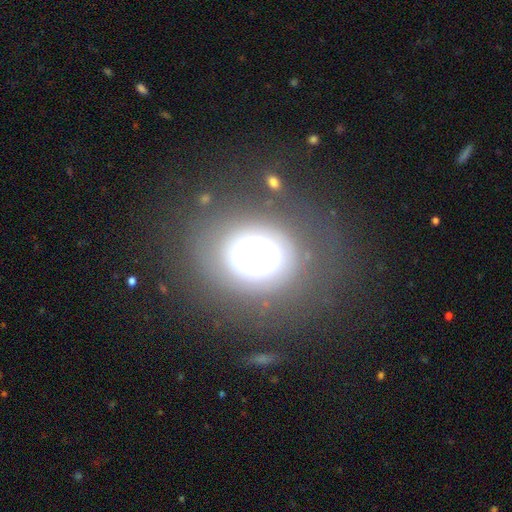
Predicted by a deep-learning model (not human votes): This is possibly a smooth galaxy (50%). How rounded: likely round (67%). Merging: likely none (72%).